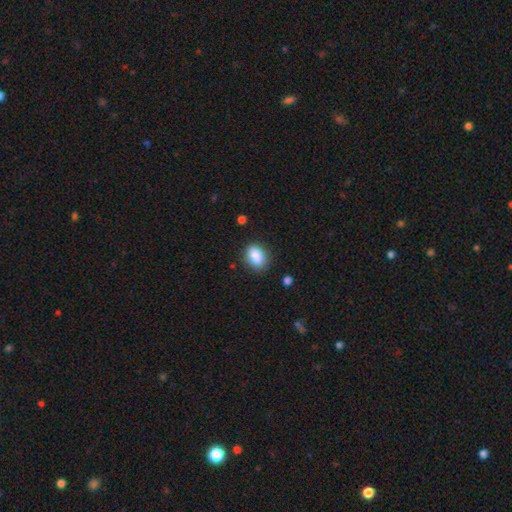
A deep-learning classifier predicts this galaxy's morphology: Smooth or featured: smooth — 87% (star or artifact — 8%)
How rounded: in between — 76% (round — 22%)
Merging: none — 79% (minor disturbance — 15%)